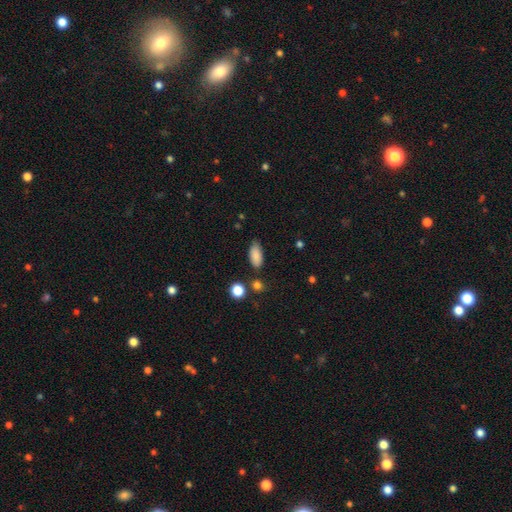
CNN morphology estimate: This is clearly a smooth galaxy (87%). How rounded: clearly in between (86%). Merging: likely none (76%).